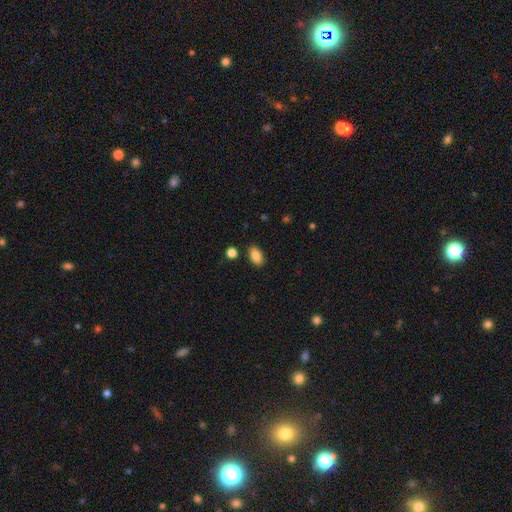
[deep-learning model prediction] This appears to be a smooth galaxy with no disk features (86%) that is in between round and cigar-shaped (91%). Merging: none (86%).